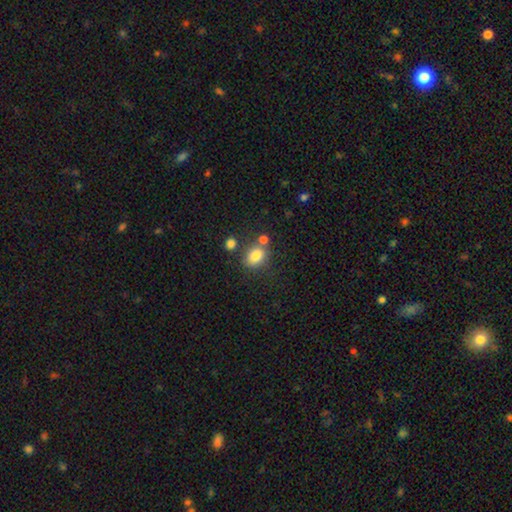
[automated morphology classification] type=smooth (83%); roundness=in between (67%); merging=none (63%).